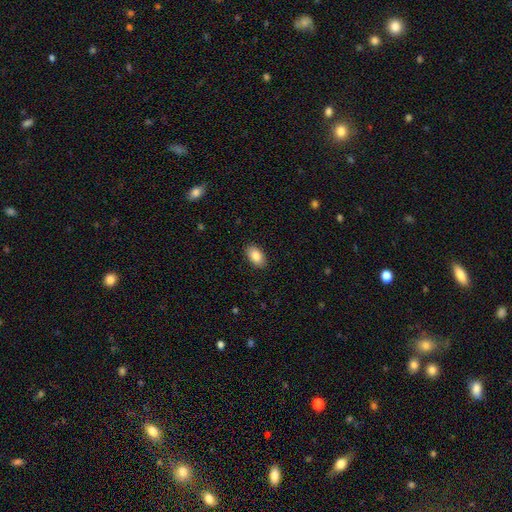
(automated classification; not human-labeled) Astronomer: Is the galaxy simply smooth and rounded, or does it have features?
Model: smooth — 85%.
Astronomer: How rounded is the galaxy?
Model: in between — 92%.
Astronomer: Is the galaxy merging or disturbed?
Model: none — 89%.